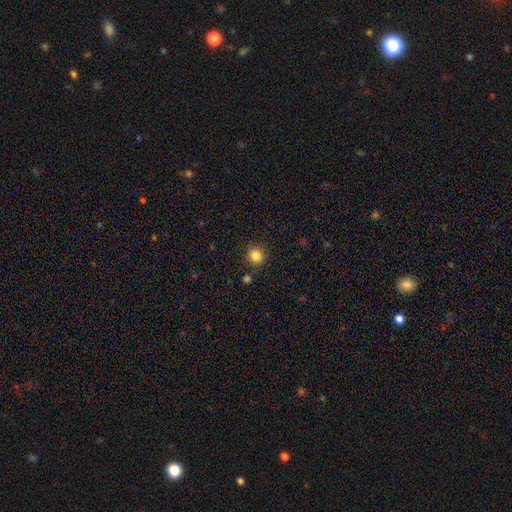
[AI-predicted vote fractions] This is clearly a smooth galaxy (83%). How rounded: clearly round (89%). Merging: clearly none (87%).